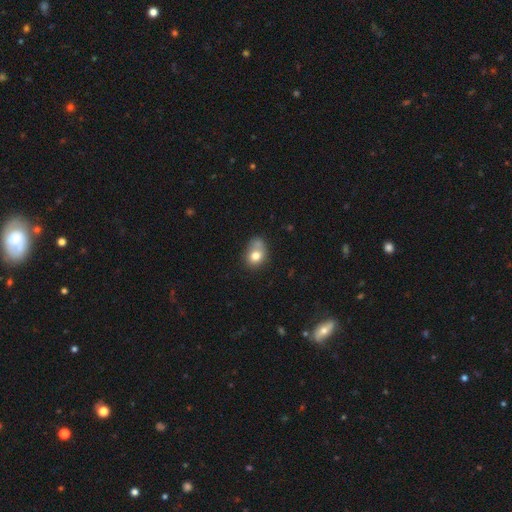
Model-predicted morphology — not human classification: Smooth or featured: smooth — 76% (featured or disk — 14%)
How rounded: in between — 56% (round — 43%)
Merging: none — 38% (minor disturbance — 27%)